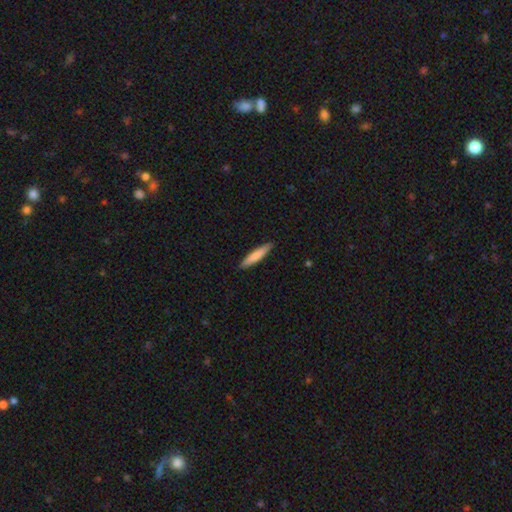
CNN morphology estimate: Smooth or featured?
  - smooth: 78% *
  - featured or disk: 16%
  - star or artifact: 5%
How rounded?
  - cigar-shaped: 89% *
  - in between: 10%
  - round: 1%
Merging?
  - none: 90% *
  - minor disturbance: 7%
  - major disturbance: 1%
  - merger: 1%